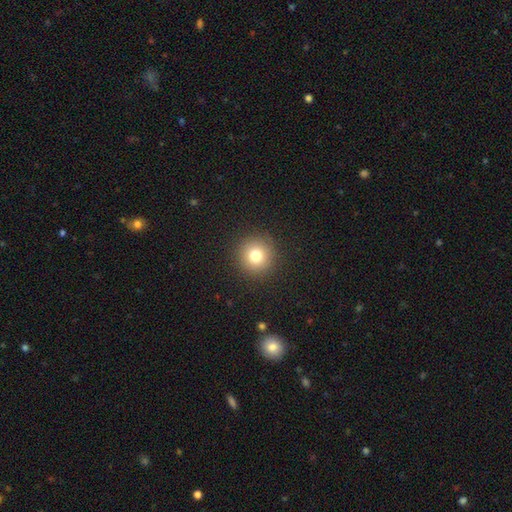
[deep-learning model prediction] Q: Smooth or featured?
A: smooth (78%); runner-up: star or artifact (13%)
Q: How rounded?
A: round (95%); runner-up: in between (4%)
Q: Merging?
A: none (91%); runner-up: minor disturbance (5%)